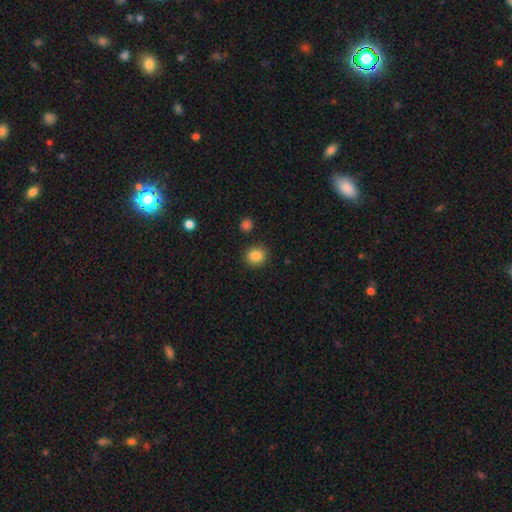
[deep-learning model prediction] smooth 86%, star or artifact 9%, featured or disk 4%. Down the decision tree: how rounded — round (82%); merging — none (88%).